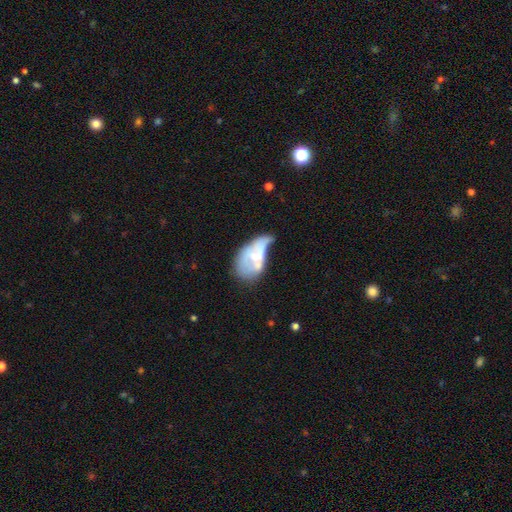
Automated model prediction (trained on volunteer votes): featured or disk 48%, smooth 43%, star or artifact 9%. Down the decision tree: merging — major disturbance (38%).